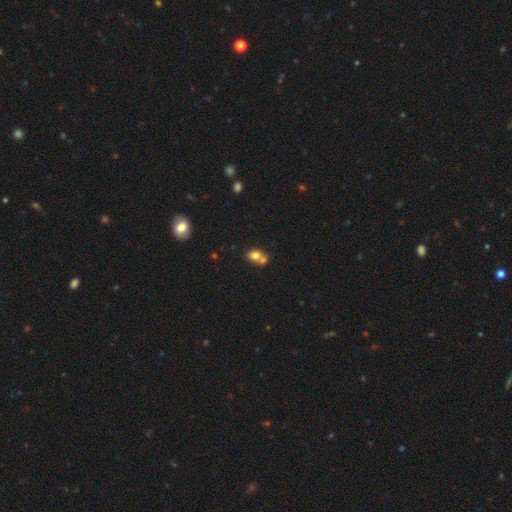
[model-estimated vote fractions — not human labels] smooth 76%, featured or disk 13%, star or artifact 10%. Down the decision tree: how rounded — in between (49%, tied with round); merging — merger (55%).